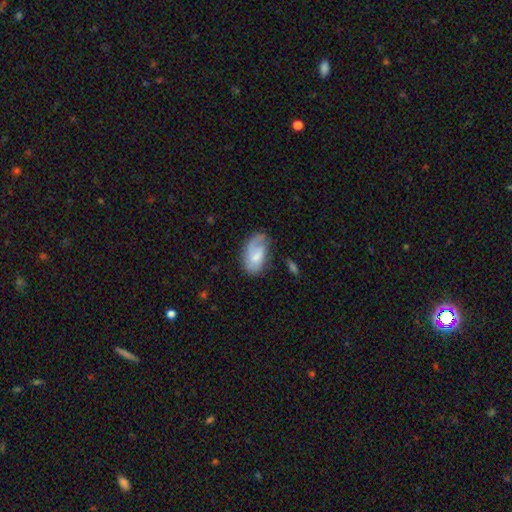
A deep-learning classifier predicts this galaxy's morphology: Q: Smooth or featured?
A: smooth (55%); runner-up: featured or disk (39%)
Q: How rounded?
A: in between (92%); runner-up: round (6%)
Q: Merging?
A: none (49%); runner-up: minor disturbance (29%)